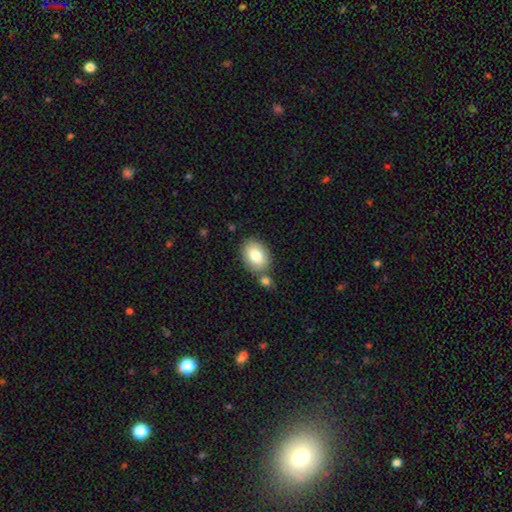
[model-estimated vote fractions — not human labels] Smooth or featured? Predicted: smooth (p=0.81). How rounded? Predicted: in between (p=0.82). Merging? Predicted: none (p=0.67).